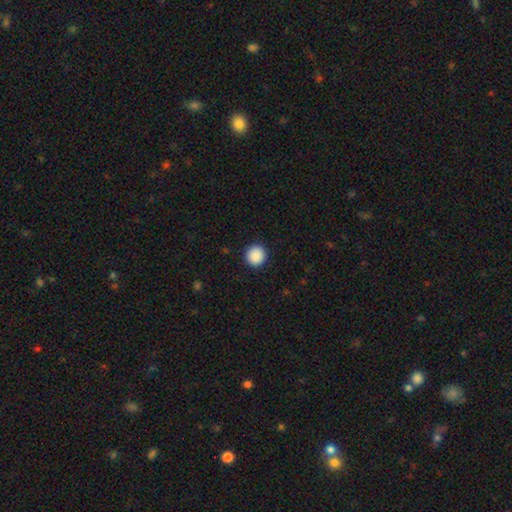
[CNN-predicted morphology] A smooth galaxy with no disk features (90%) that is round (95%).

Vote fractions:
- Smooth or featured? smooth: 90% / star or artifact: 8% / featured or disk: 2%
- How rounded? round: 95% / in between: 4% / cigar-shaped: 1%
- Merging? none: 93% / minor disturbance: 4% / major disturbance: 2% / merger: 1%